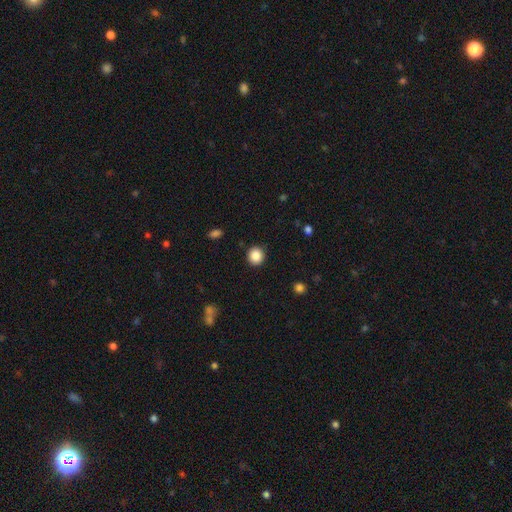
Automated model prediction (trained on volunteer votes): Smooth or featured?
  - smooth: 87% *
  - star or artifact: 9%
  - featured or disk: 4%
How rounded?
  - round: 90% *
  - in between: 9%
  - cigar-shaped: 1%
Merging?
  - none: 91% *
  - minor disturbance: 6%
  - major disturbance: 2%
  - merger: 1%